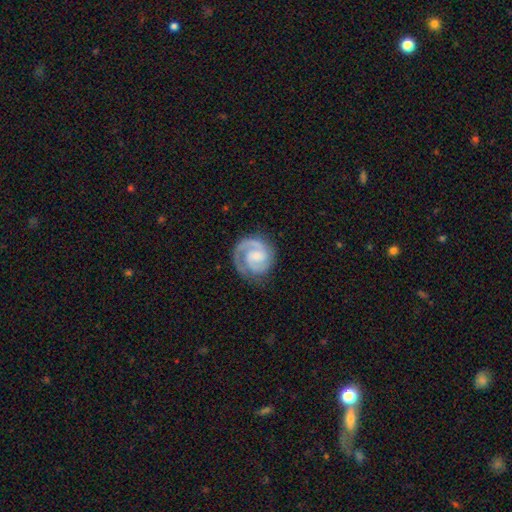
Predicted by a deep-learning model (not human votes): Morphology: type=featured or disk (84%); edge-on=no (98%); bar=no (52%); spiral arms=yes (97%); winding=tight (58%); arm count=2 (65%); bulge=small (42%); merging=none (76%).